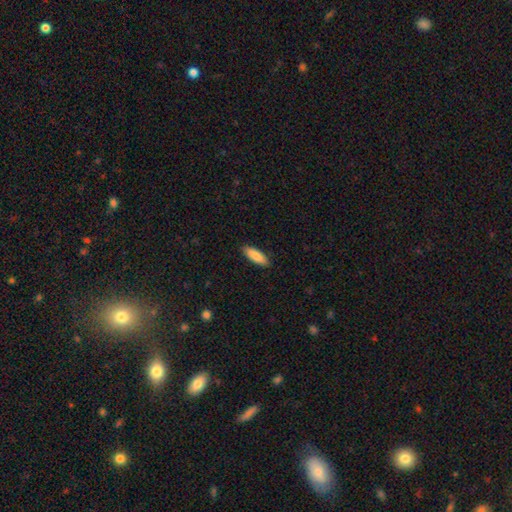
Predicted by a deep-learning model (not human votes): Smooth or featured? Predicted: smooth (p=0.87). How rounded? Predicted: in between (p=0.62). Merging? Predicted: none (p=0.88).